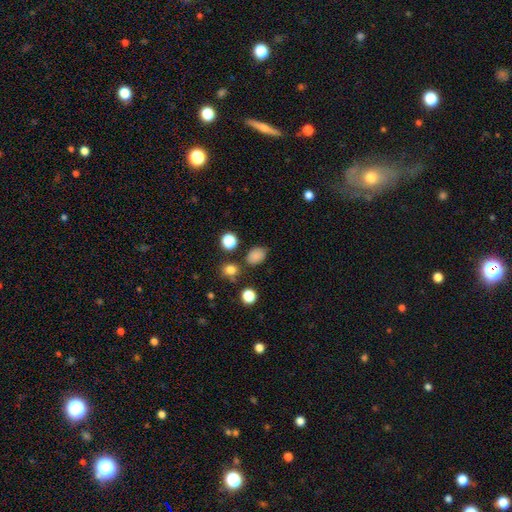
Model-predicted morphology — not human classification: The model was most divided on "how rounded": in between: 71%, round: 28%, cigar-shaped: 1%. More confident: smooth or featured — smooth (82%); merging — none (75%).